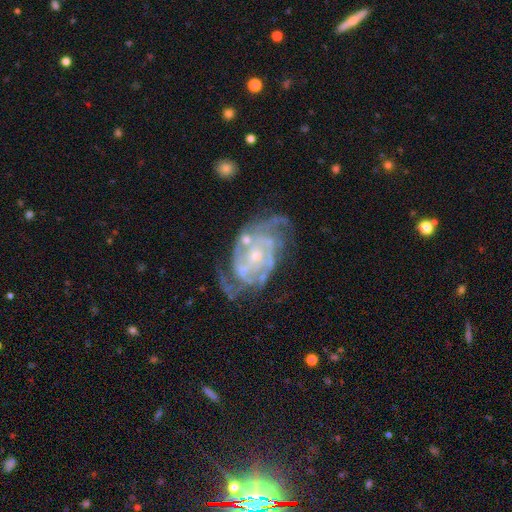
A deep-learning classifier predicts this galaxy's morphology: smooth-or-featured: featured or disk: 90% | star or artifact: 6% | smooth: 5%
  disk-edge-on: no: 97% | yes: 3%
    bar: no: 67% | weak: 25% | strong: 8%
    has-spiral-arms: yes: 95% | no: 5%
      spiral-winding: tight: 59% | medium: 33% | loose: 8%
      spiral-arm-count: 2: 29% | can't tell: 25% | 3: 22% | 4: 11% | more than 4: 6% | 1: 6%
    bulge-size: small: 65% | moderate: 31% | none: 2% | large: 2% | dominant: 1%
  merging: none: 59% | minor disturbance: 22% | major disturbance: 14% | merger: 4%